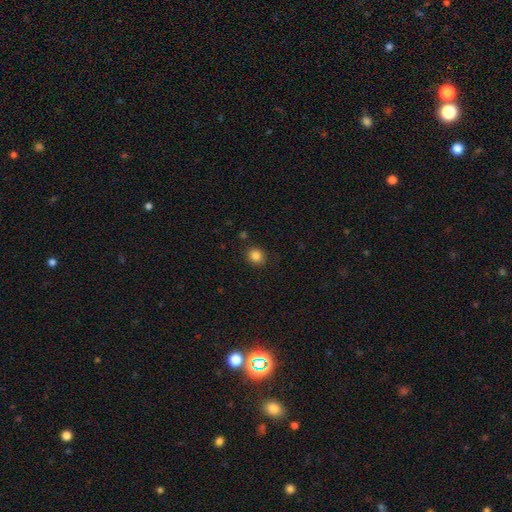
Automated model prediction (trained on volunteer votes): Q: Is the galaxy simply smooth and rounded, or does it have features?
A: smooth — 85%.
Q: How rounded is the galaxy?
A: round — 81%.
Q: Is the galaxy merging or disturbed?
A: none — 88%.